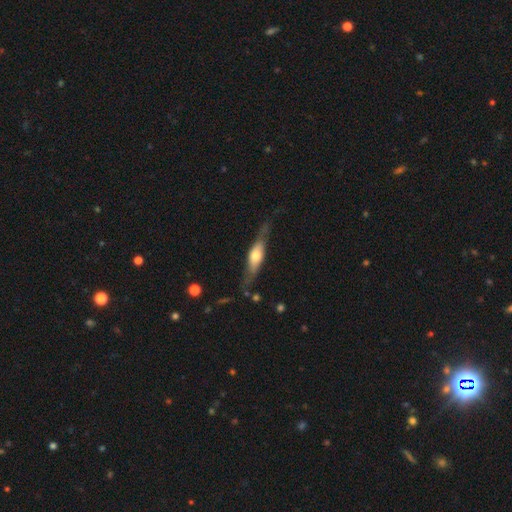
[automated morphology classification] Smooth or featured: featured or disk — 56% (smooth — 39%)
Edge-on disk: yes — 83% (no — 17%)
Merging: none — 67% (minor disturbance — 22%)